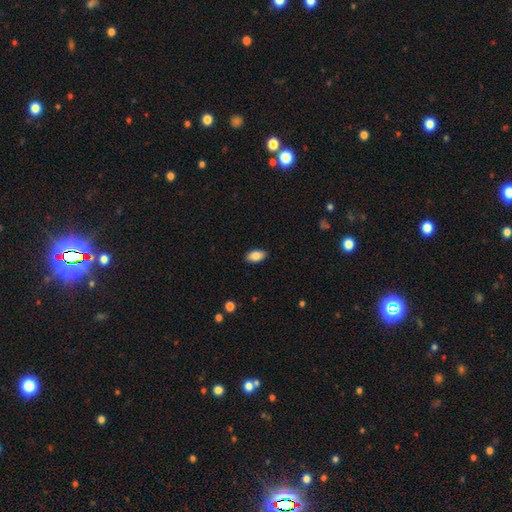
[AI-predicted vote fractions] A smooth galaxy with no disk features (86%) that is in between round and cigar-shaped (93%). Merging: none (88%).